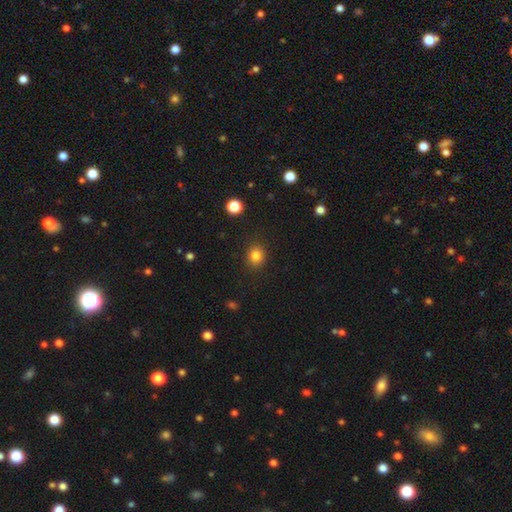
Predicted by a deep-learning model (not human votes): Q: Smooth or featured?
A: smooth (83%); runner-up: star or artifact (12%)
Q: How rounded?
A: round (72%); runner-up: in between (27%)
Q: Merging?
A: none (88%); runner-up: minor disturbance (8%)